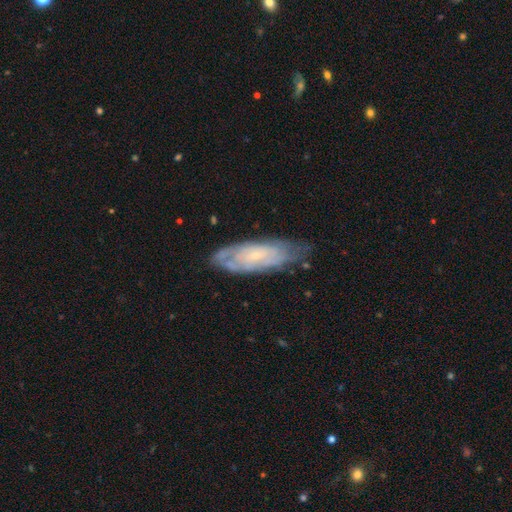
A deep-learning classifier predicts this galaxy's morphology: Smooth or featured? featured or disk (67%)
Edge-on disk? no (83%)
Bar? no (75%)
Spiral arms? yes (74%)
Bulge size? small (79%)
Merging? none (65%)